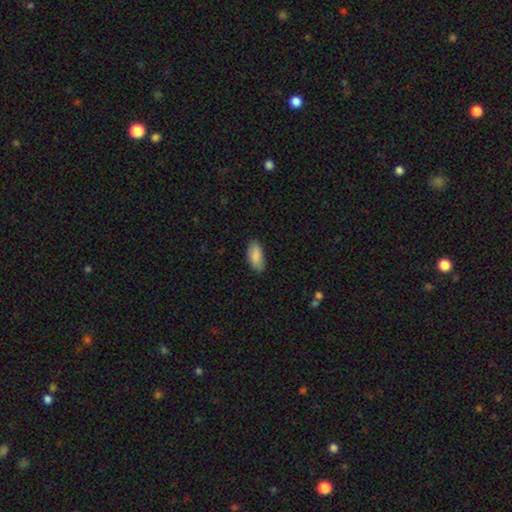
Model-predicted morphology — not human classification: Smooth or featured? Predicted: smooth (p=0.88). How rounded? Predicted: in between (p=0.90). Merging? Predicted: none (p=0.84).